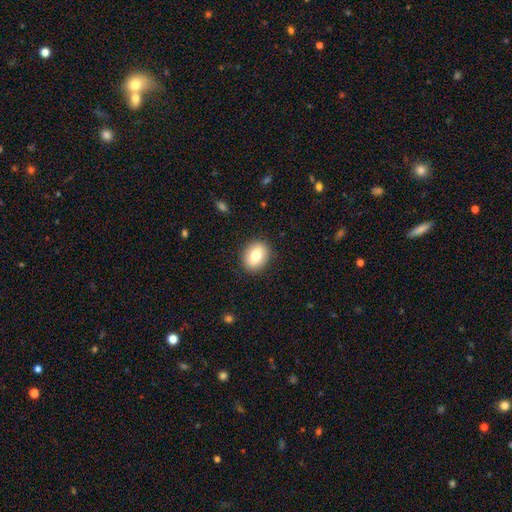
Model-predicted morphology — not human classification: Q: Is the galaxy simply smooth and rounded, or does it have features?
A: smooth — 78%.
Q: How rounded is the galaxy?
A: in between — 55%.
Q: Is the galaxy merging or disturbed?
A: none — 89%.